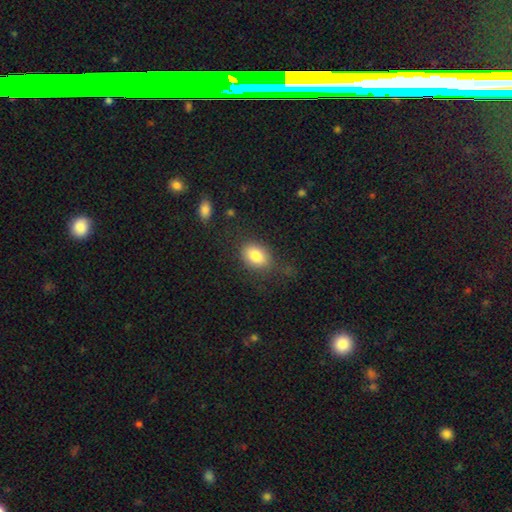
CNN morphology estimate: smooth 83%, featured or disk 9%, star or artifact 8%. Down the decision tree: how rounded — in between (74%); merging — none (75%).